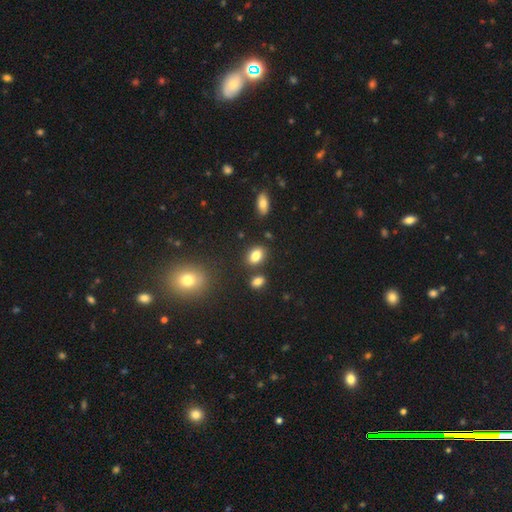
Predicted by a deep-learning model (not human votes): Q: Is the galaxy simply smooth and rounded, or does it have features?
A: smooth — 82%.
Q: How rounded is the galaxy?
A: in between — 78%.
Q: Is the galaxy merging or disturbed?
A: none — 77%.